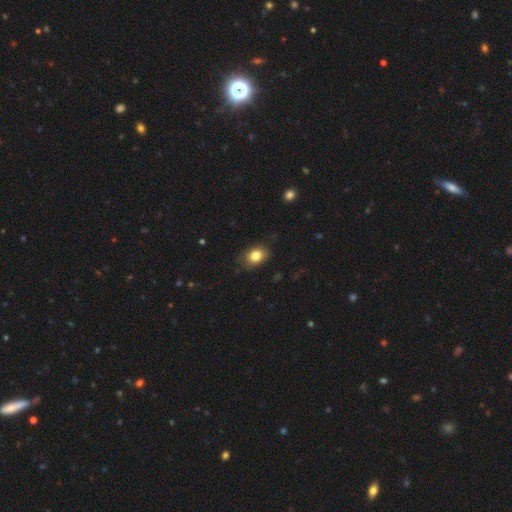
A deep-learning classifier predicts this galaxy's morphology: Overall: smooth (82%). How rounded: in between (68%; round 31%). Merging: none (81%).